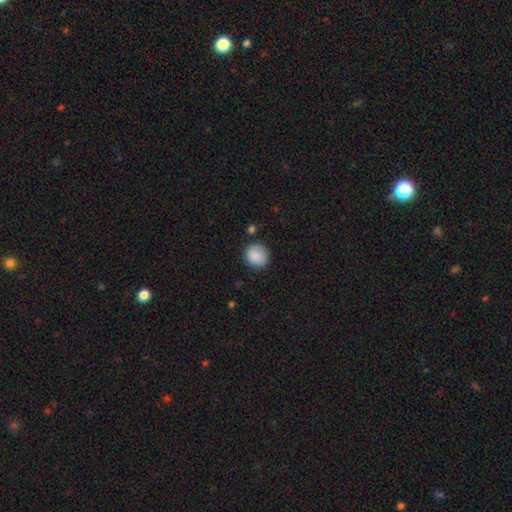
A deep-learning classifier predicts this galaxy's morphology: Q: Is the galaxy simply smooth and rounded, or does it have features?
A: smooth — 88%.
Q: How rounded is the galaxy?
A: round — 88%.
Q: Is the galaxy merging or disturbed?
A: none — 85%.